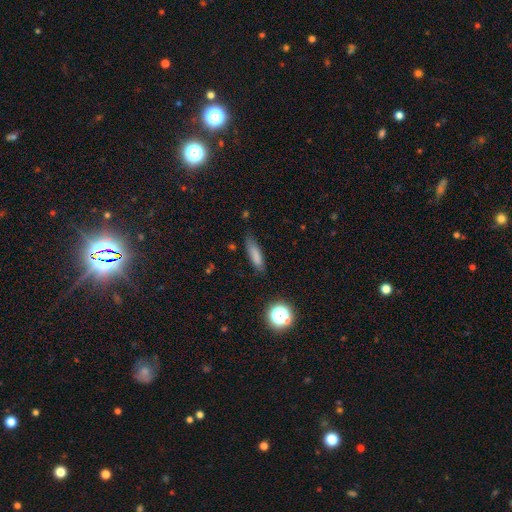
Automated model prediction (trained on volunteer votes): smooth 79%, featured or disk 11%, star or artifact 10%. Down the decision tree: how rounded — cigar-shaped (67%); merging — none (72%).